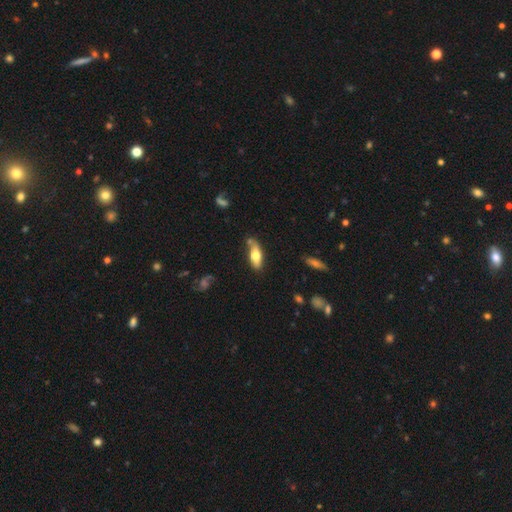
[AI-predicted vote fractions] smooth_or_featured: smooth (p=0.65) [alt: featured or disk p=0.29]
how_rounded: in between (p=0.69) [alt: cigar-shaped p=0.28]
merging: none (p=0.61) [alt: minor disturbance p=0.26]